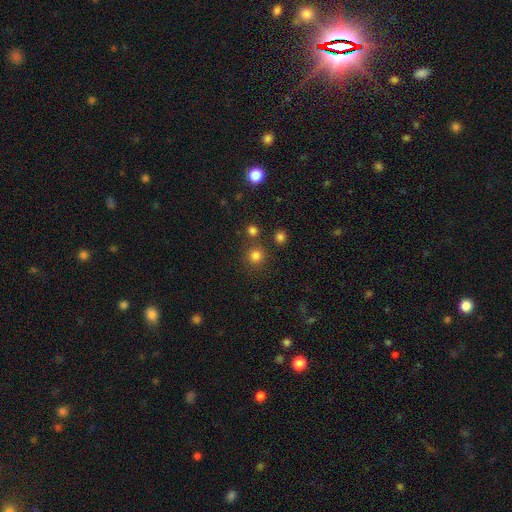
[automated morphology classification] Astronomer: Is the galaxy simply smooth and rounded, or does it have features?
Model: smooth — 80%.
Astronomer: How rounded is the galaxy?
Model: round — 92%.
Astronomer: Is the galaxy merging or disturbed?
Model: none — 81%.